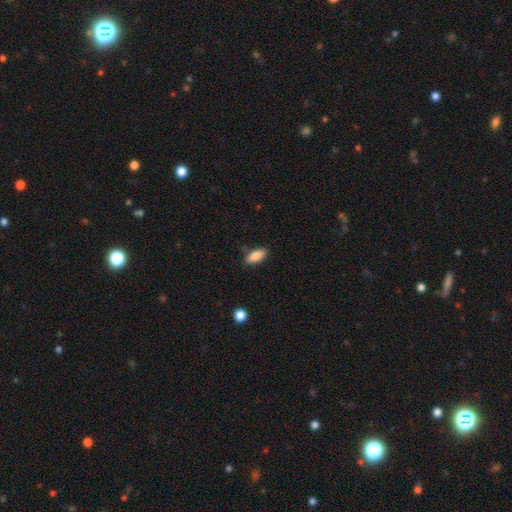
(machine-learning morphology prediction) Smooth or featured?
  - smooth: 85% *
  - featured or disk: 8%
  - star or artifact: 7%
How rounded?
  - in between: 83% *
  - cigar-shaped: 15%
  - round: 2%
Merging?
  - none: 82% *
  - minor disturbance: 13%
  - major disturbance: 3%
  - merger: 2%